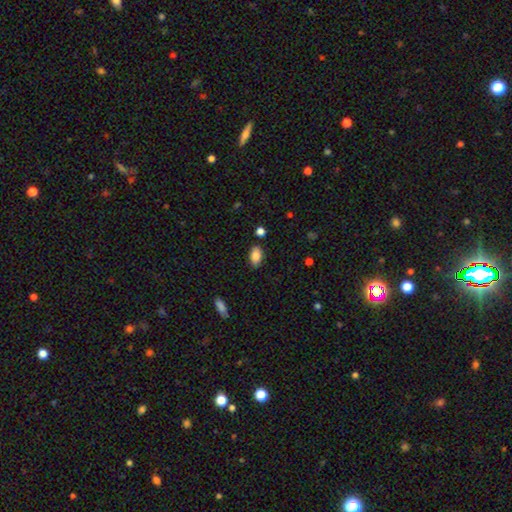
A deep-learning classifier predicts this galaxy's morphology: The model was most divided on "merging": none: 84%, minor disturbance: 11%, merger: 3%, major disturbance: 2%. More confident: how rounded — in between (92%); smooth or featured — smooth (85%).